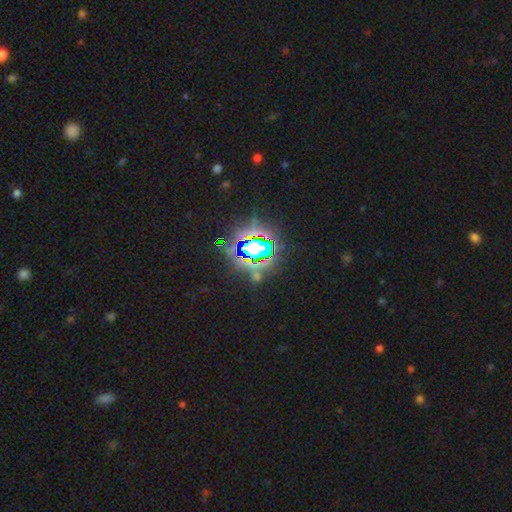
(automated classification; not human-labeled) Smooth or featured: star or artifact — 82% (smooth — 11%)